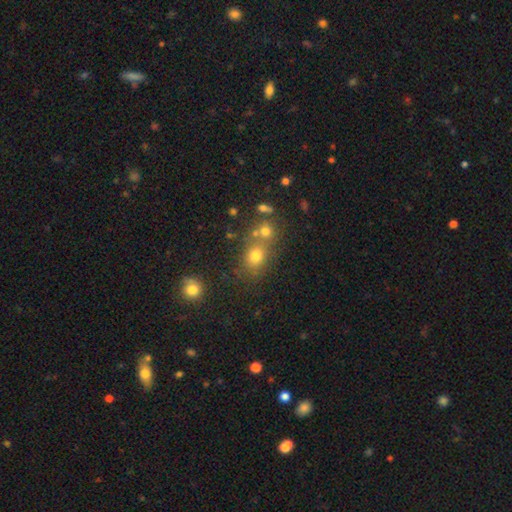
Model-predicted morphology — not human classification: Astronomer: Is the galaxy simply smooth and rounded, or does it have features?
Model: smooth — 71%.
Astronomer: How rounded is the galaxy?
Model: round — 63%.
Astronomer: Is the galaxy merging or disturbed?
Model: none — 57%.